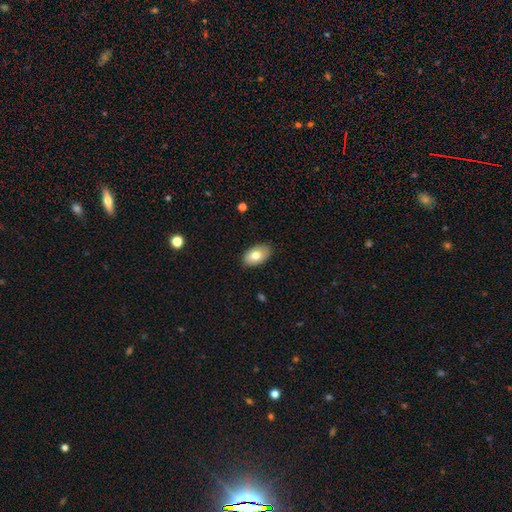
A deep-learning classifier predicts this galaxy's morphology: Smooth or featured?
  - smooth: 76% *
  - featured or disk: 17%
  - star or artifact: 7%
How rounded?
  - in between: 92% *
  - round: 7%
  - cigar-shaped: 1%
Merging?
  - none: 86% *
  - minor disturbance: 11%
  - major disturbance: 2%
  - merger: 1%